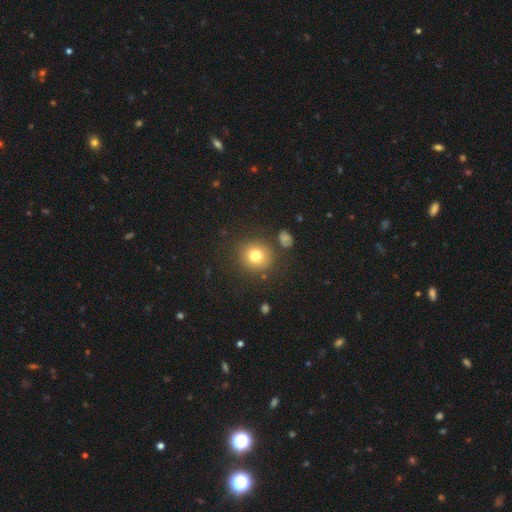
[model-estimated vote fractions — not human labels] A smooth galaxy with no disk features (78%) that is round (89%). Merging: none (85%).